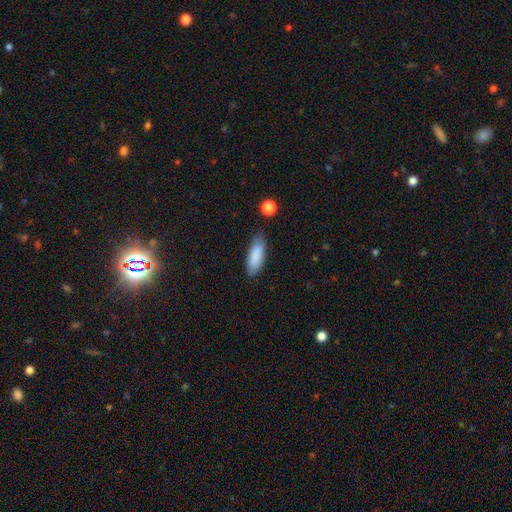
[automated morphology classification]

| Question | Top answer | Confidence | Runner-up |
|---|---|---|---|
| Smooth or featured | smooth | 87% | featured or disk (7%) |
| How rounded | in between | 65% | cigar-shaped (33%) |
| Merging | none | 80% | minor disturbance (15%) |